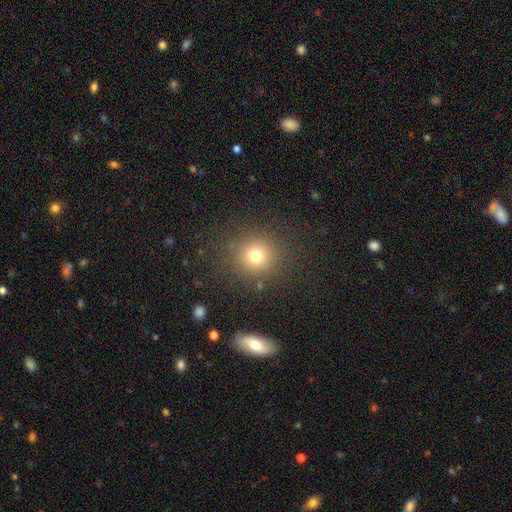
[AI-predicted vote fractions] Smooth or featured?
  - smooth: 74% *
  - star or artifact: 18%
  - featured or disk: 9%
How rounded?
  - round: 92% *
  - in between: 7%
  - cigar-shaped: 1%
Merging?
  - none: 87% *
  - minor disturbance: 8%
  - major disturbance: 4%
  - merger: 2%